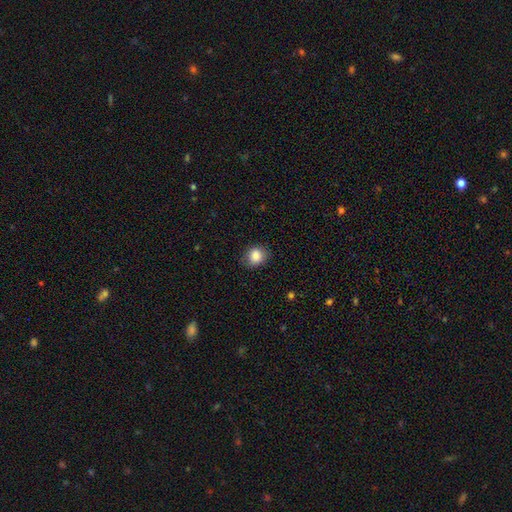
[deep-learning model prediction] Smooth or featured: smooth — 85% (star or artifact — 9%)
How rounded: round — 67% (in between — 32%)
Merging: none — 82% (minor disturbance — 14%)